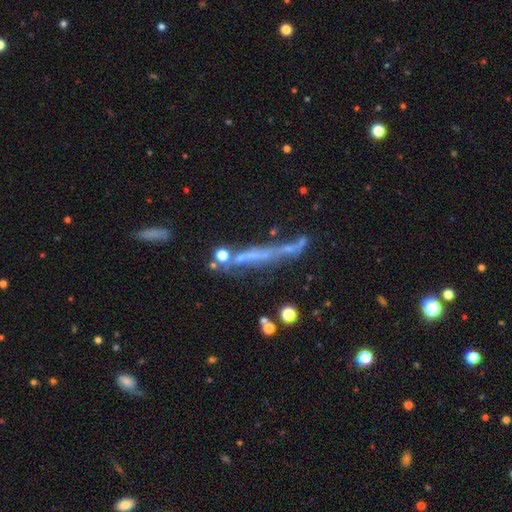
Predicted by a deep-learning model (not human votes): featured or disk 52%, smooth 32%, star or artifact 16%. Down the decision tree: edge-on disk — yes (83%); merging — none (57%).